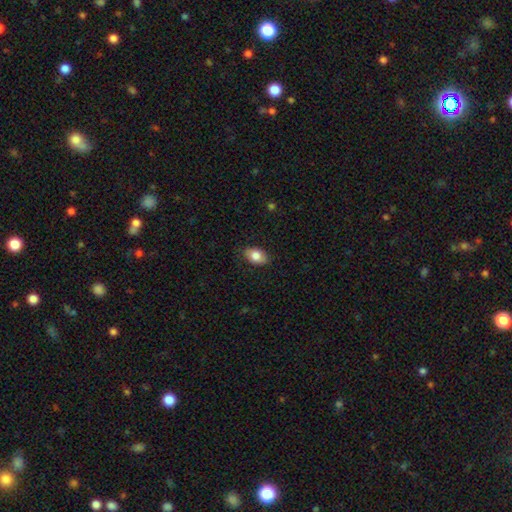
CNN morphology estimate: smooth_or_featured: smooth (p=0.81) [alt: featured or disk p=0.12]
how_rounded: in between (p=0.89) [alt: round p=0.10]
merging: none (p=0.84) [alt: minor disturbance p=0.12]